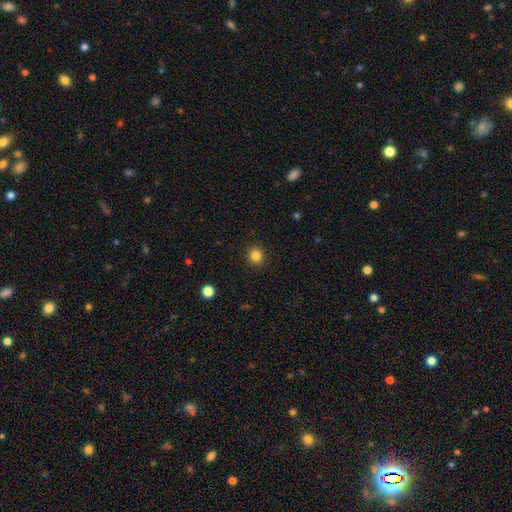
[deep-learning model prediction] A smooth galaxy with no disk features (84%) that is round (93%). Merging: none (92%).